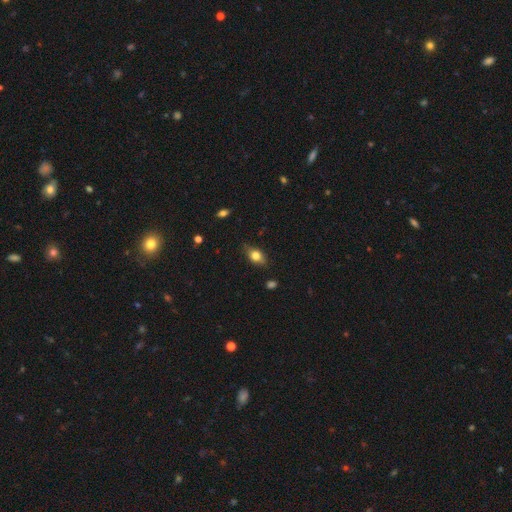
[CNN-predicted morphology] Smooth or featured?
  - smooth: 77% *
  - featured or disk: 15%
  - star or artifact: 9%
How rounded?
  - in between: 78% *
  - round: 18%
  - cigar-shaped: 4%
Merging?
  - none: 78% *
  - minor disturbance: 18%
  - major disturbance: 3%
  - merger: 1%